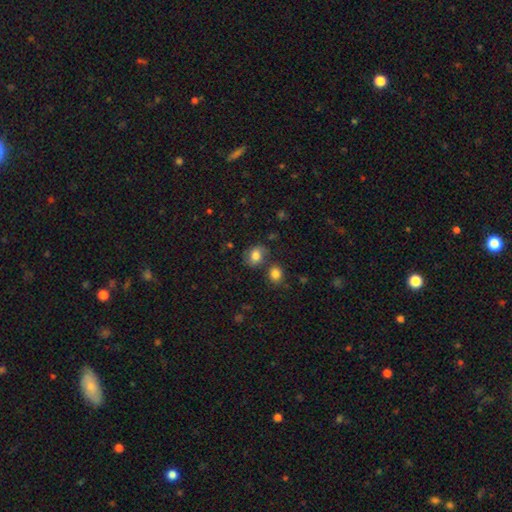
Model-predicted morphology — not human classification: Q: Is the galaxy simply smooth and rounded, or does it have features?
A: smooth — 76%.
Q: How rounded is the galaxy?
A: in between — 53%.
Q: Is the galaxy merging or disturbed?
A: none — 66%.